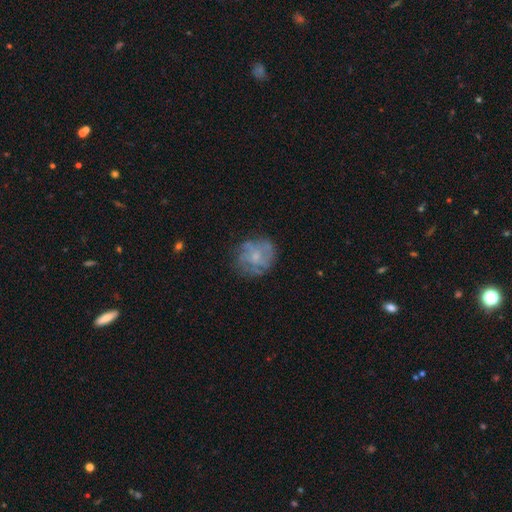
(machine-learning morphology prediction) type=featured or disk (60%); edge-on=no (98%); bar=no (77%); spiral arms=yes (64%); bulge=small (54%); merging=none (69%).